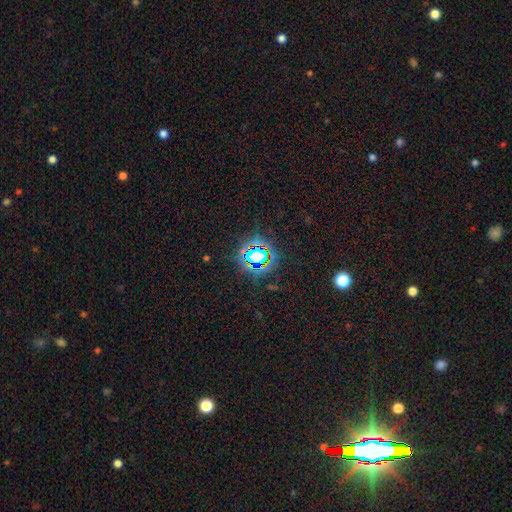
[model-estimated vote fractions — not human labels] Smooth or featured?
  - star or artifact: 70% *
  - smooth: 18%
  - featured or disk: 11%